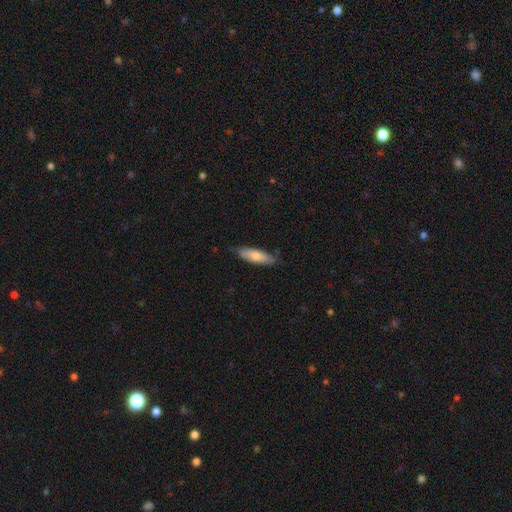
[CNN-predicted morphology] Q: Smooth or featured?
A: smooth (70%); runner-up: featured or disk (25%)
Q: How rounded?
A: cigar-shaped (51%); runner-up: in between (47%)
Q: Merging?
A: none (76%); runner-up: minor disturbance (19%)